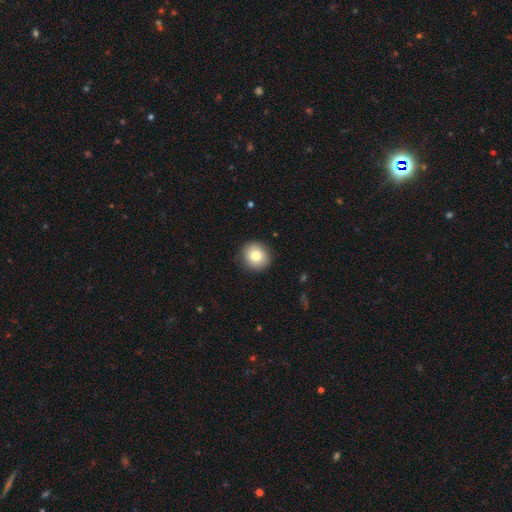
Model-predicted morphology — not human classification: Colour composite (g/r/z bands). It shows a smooth galaxy with no disk features (80%) that is round (89%). Merging: none (90%).